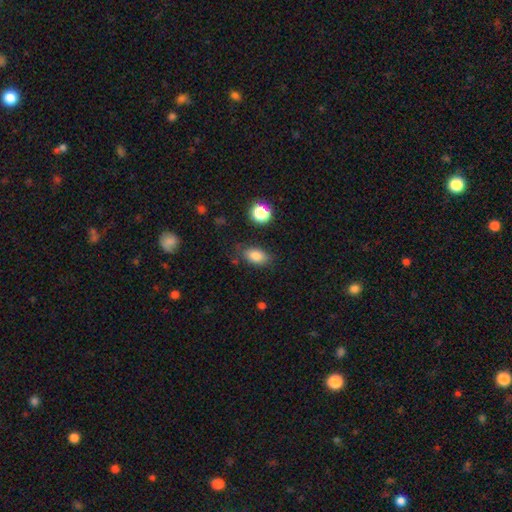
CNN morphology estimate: The model was most divided on "merging": none: 73%, minor disturbance: 18%, major disturbance: 5%, merger: 3%. More confident: how rounded — in between (88%); smooth or featured — smooth (83%).